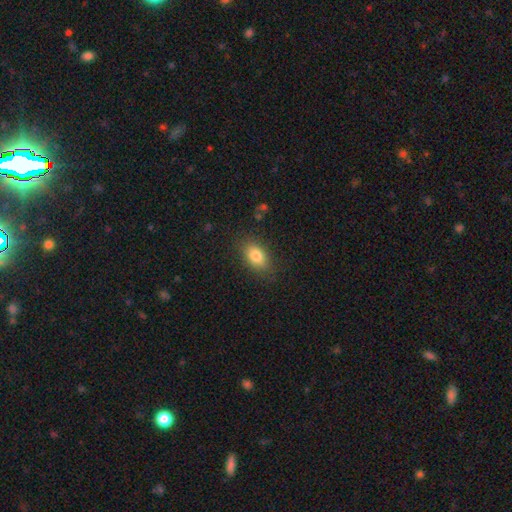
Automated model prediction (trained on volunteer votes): A smooth galaxy with no disk features (82%) that is in between round and cigar-shaped (85%).

Vote fractions:
- Smooth or featured? smooth: 82% / featured or disk: 9% / star or artifact: 9%
- How rounded? in between: 85% / round: 13% / cigar-shaped: 2%
- Merging? none: 83% / minor disturbance: 12% / major disturbance: 4% / merger: 1%